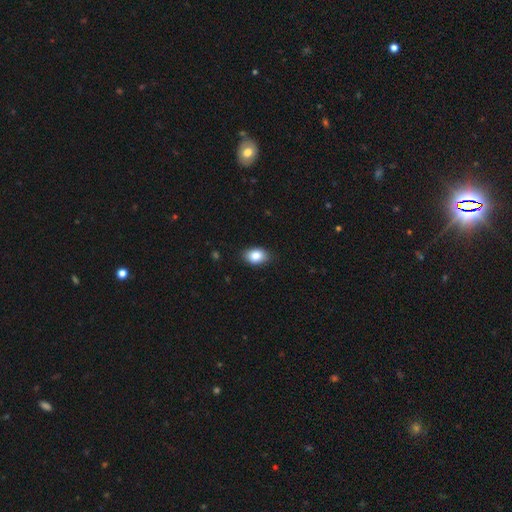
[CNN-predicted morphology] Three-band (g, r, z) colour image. It shows a smooth galaxy with no disk features (86%) that is in between round and cigar-shaped (83%). Merging: none (86%).